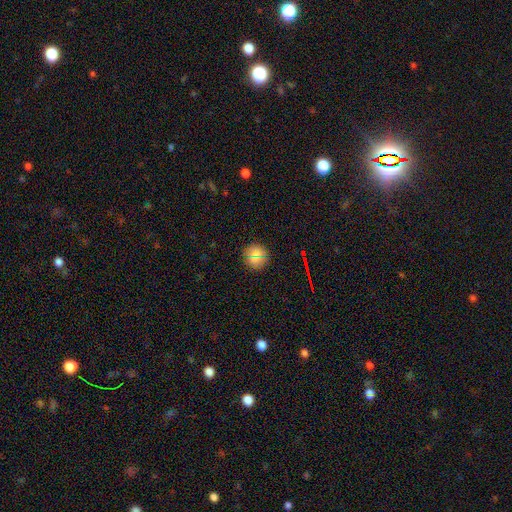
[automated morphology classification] smooth-or-featured: smooth: 76% | star or artifact: 16% | featured or disk: 8%
  how-rounded: round: 94% | in between: 4% | cigar-shaped: 1%
  merging: none: 89% | minor disturbance: 7% | merger: 2% | major disturbance: 2%